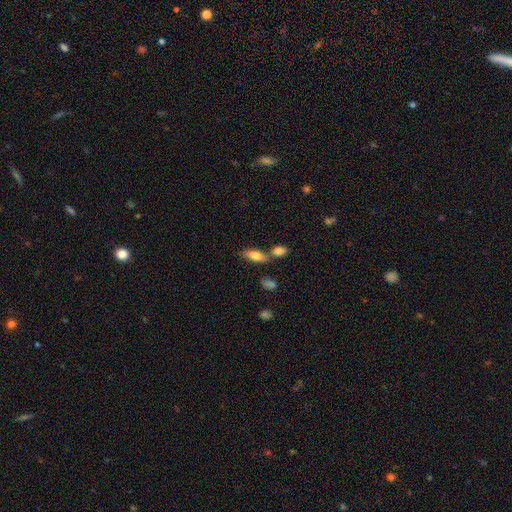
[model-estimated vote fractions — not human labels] smooth 74%, featured or disk 18%, star or artifact 8%. Down the decision tree: how rounded — in between (71%); merging — none (55%).